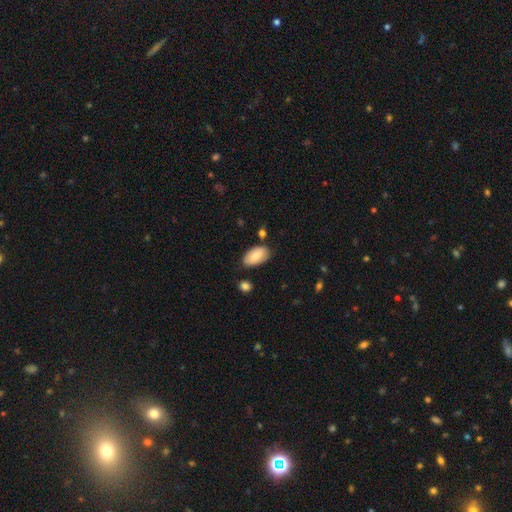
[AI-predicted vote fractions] Overall: smooth (81%). How rounded: in between (95%). Merging: none (75%).